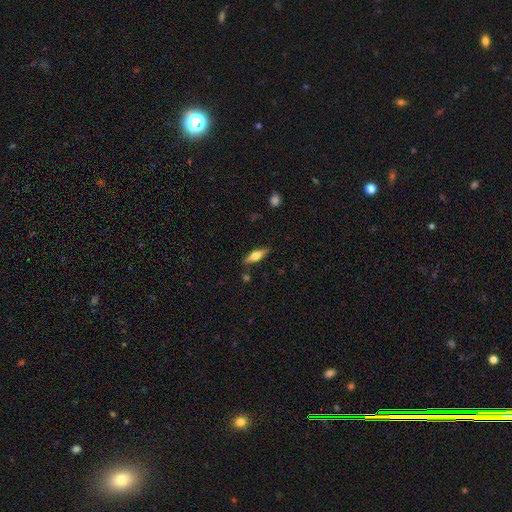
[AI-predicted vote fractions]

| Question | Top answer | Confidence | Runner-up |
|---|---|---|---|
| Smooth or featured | smooth | 48% | featured or disk (46%) |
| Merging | none | 84% | minor disturbance (11%) |